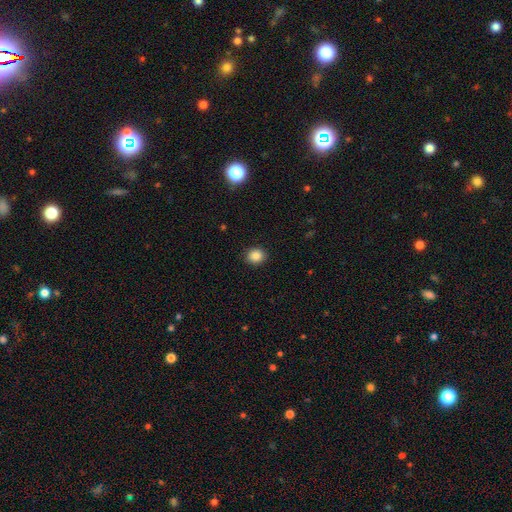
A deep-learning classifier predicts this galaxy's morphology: The model was most divided on "how rounded": round: 75%, in between: 25%, cigar-shaped: 1%. More confident: merging — none (90%); smooth or featured — smooth (87%).